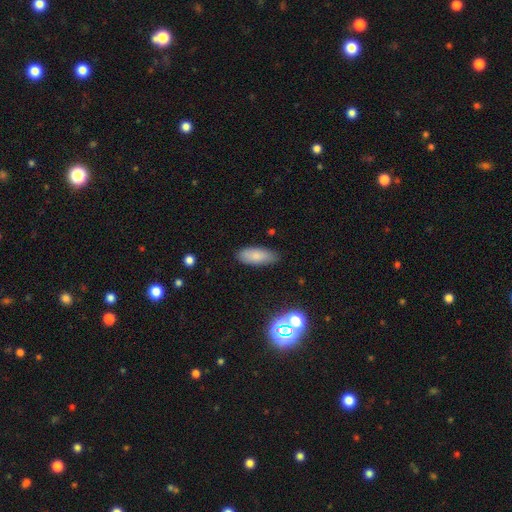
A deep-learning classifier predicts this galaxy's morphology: This is clearly a smooth galaxy (82%). How rounded: likely in between (80%). Merging: clearly none (83%).